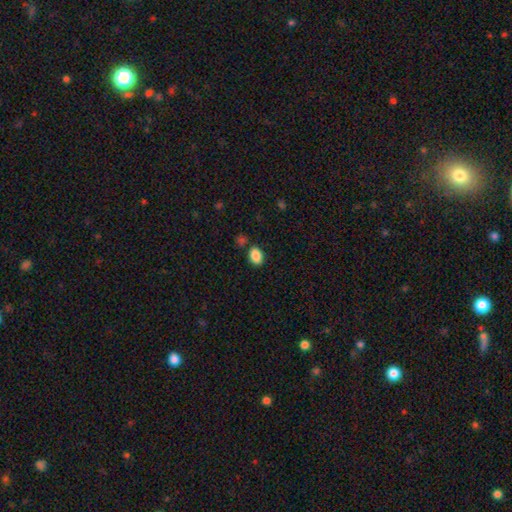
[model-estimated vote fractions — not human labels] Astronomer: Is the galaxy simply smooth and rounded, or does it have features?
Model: smooth — 87%.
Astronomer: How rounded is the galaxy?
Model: in between — 81%.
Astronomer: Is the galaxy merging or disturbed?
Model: none — 80%.